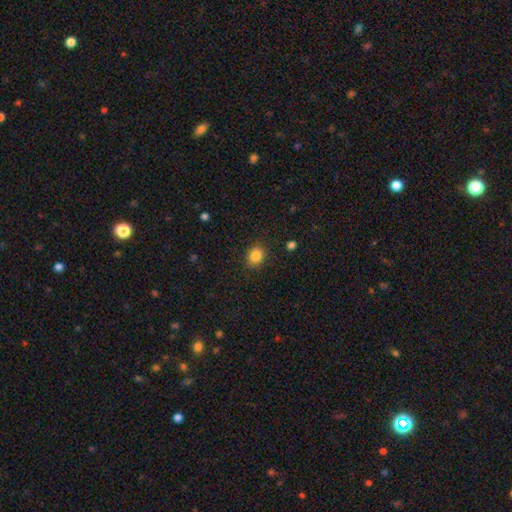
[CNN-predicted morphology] Q: Smooth or featured?
A: smooth (85%); runner-up: star or artifact (10%)
Q: How rounded?
A: round (66%); runner-up: in between (33%)
Q: Merging?
A: none (87%); runner-up: minor disturbance (9%)